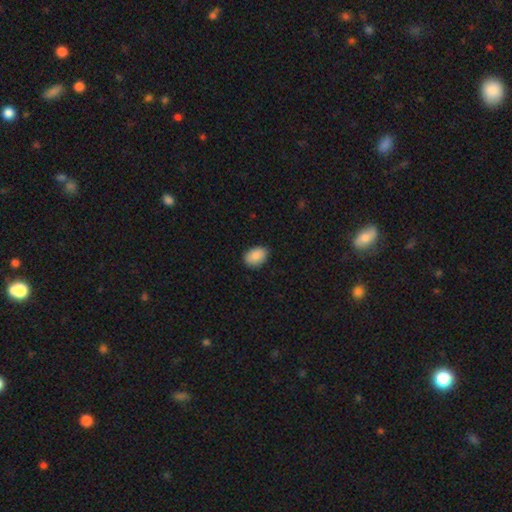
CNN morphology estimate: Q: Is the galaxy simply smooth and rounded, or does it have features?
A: smooth — 89%.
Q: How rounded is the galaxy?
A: in between — 83%.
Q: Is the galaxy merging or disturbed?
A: none — 86%.